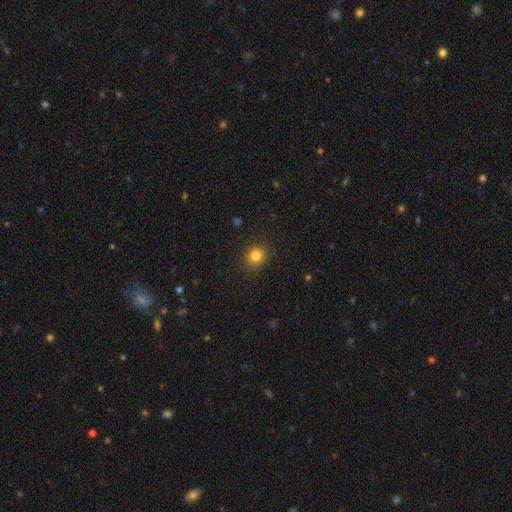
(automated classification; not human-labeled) This is clearly a smooth galaxy (82%). How rounded: clearly round (85%). Merging: clearly none (89%).